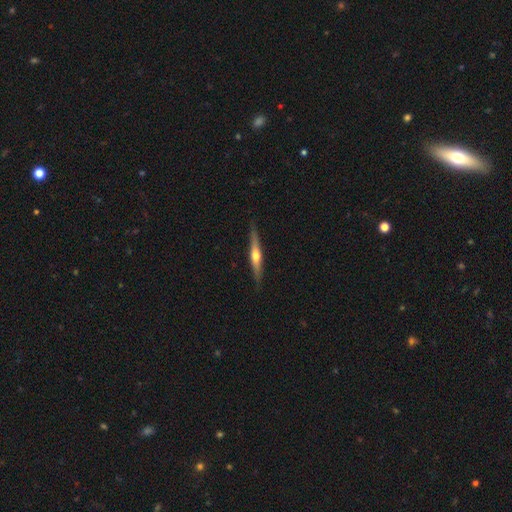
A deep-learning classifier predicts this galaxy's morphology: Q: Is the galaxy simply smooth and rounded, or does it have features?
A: featured or disk — 64%.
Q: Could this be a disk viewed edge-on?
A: yes — 96%.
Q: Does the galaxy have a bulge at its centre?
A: rounded — 89%.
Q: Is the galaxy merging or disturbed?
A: none — 86%.